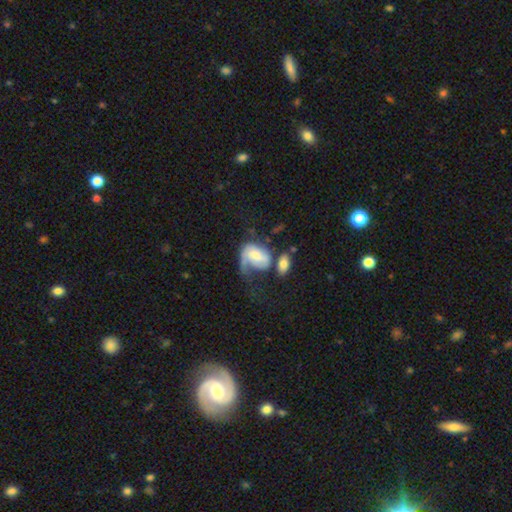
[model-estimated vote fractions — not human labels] Q: Smooth or featured?
A: featured or disk (56%); runner-up: smooth (37%)
Q: Edge-on disk?
A: no (97%); runner-up: yes (3%)
Q: Bar?
A: no (47%); runner-up: weak (39%)
Q: Spiral arms?
A: yes (78%); runner-up: no (22%)
Q: Bulge size?
A: small (37%); runner-up: moderate (30%)
Q: Merging?
A: major disturbance (43%); runner-up: merger (21%)